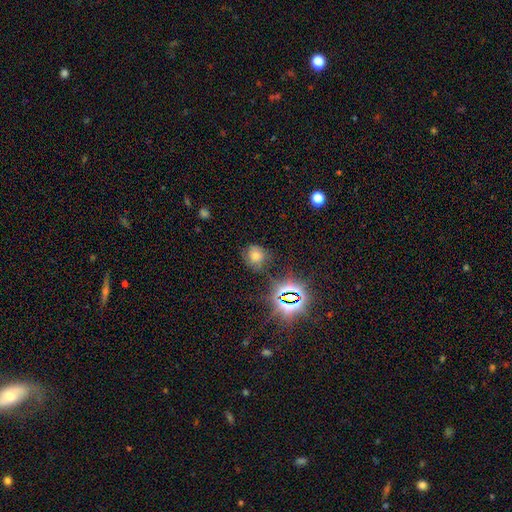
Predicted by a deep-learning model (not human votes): smooth_or_featured: smooth (p=0.45) [alt: star or artifact p=0.37]
merging: none (p=0.70) [alt: minor disturbance p=0.19]